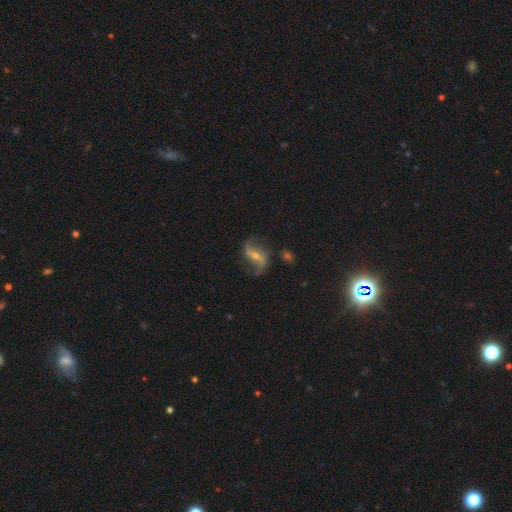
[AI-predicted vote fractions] smooth-or-featured: featured or disk: 81% | smooth: 12% | star or artifact: 7%
  disk-edge-on: no: 94% | yes: 6%
    bar: strong: 50% | weak: 32% | no: 18%
    has-spiral-arms: yes: 92% | no: 8%
      spiral-winding: loose: 77% | medium: 18% | tight: 5%
      spiral-arm-count: 2: 90% | 1: 4% | can't tell: 3% | 3: 1% | 4: 1% | more than 4: 1%
    bulge-size: small: 51% | moderate: 41% | none: 4% | large: 2% | dominant: 1%
  merging: none: 71% | minor disturbance: 17% | major disturbance: 9% | merger: 3%